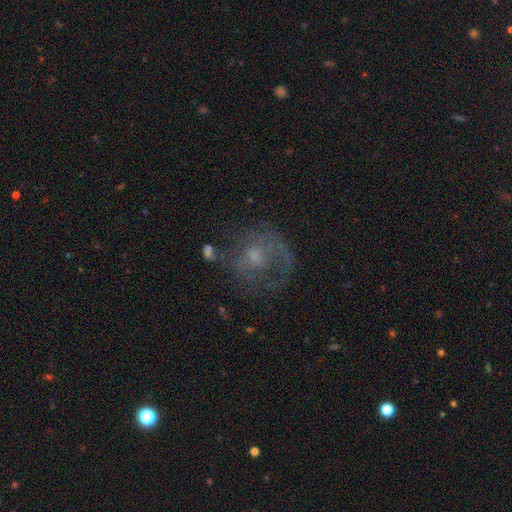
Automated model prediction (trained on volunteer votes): This is possibly a featured or disk galaxy (56%). It is clearly not viewed edge-on (97%). Bar: likely no (75%). Spiral arm pattern: possibly yes (54%). Central bulge: possibly small (49%). Merging: possibly none (50%).